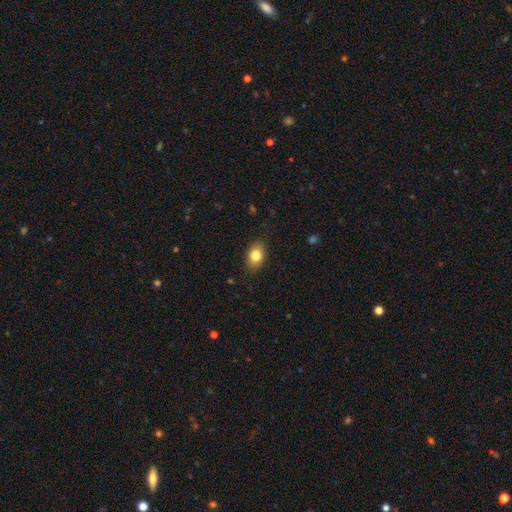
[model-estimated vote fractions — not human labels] smooth_or_featured: smooth (p=0.82) [alt: featured or disk p=0.10]
how_rounded: in between (p=0.79) [alt: round p=0.19]
merging: none (p=0.83) [alt: minor disturbance p=0.13]